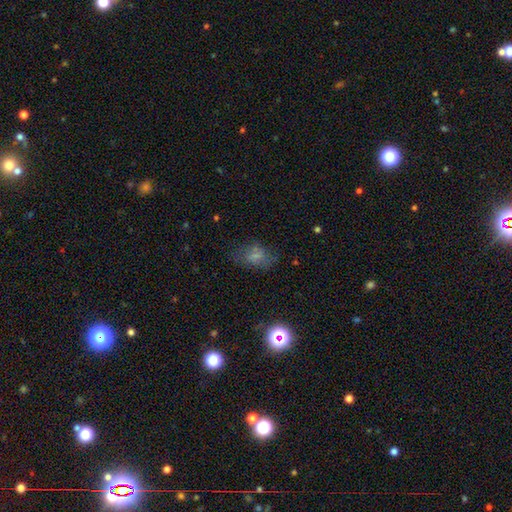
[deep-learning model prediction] smooth 61%, featured or disk 21%, star or artifact 18%. Down the decision tree: how rounded — in between (80%); merging — none (58%).